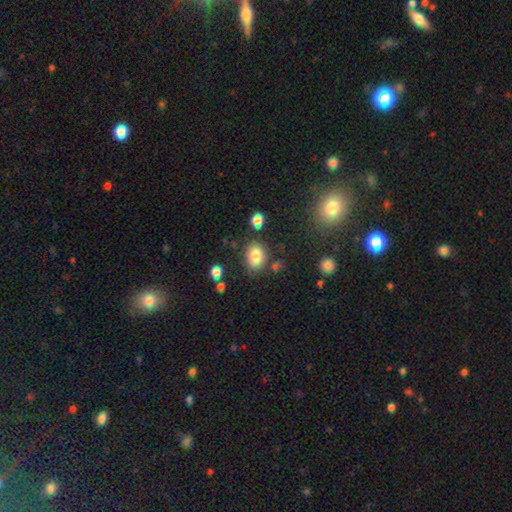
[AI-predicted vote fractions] This is clearly a smooth galaxy (83%). How rounded: likely in between (69%). Merging: likely none (75%).